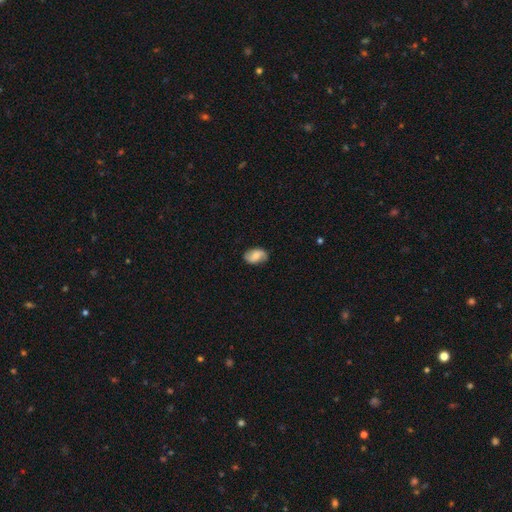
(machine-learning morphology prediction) Smooth or featured? smooth (53%)
How rounded? in between (89%)
Merging? none (78%)